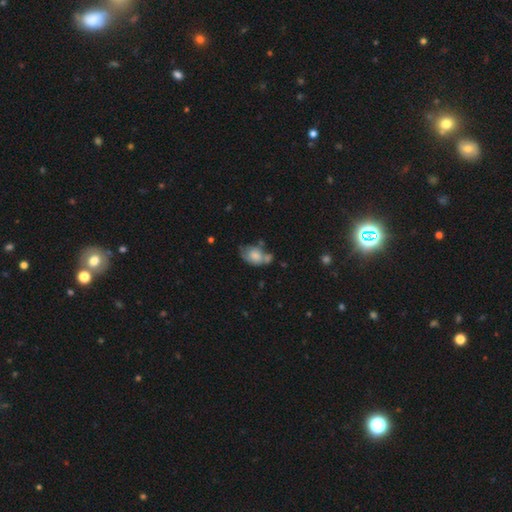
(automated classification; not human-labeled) Smooth or featured?
  - smooth: 68% *
  - featured or disk: 24%
  - star or artifact: 8%
How rounded?
  - in between: 78% *
  - round: 20%
  - cigar-shaped: 1%
Merging?
  - none: 29% * (tied)
  - minor disturbance: 29% * (tied)
  - merger: 25%
  - major disturbance: 17%